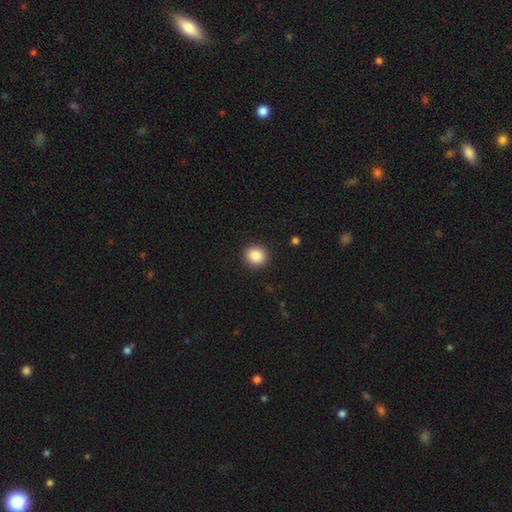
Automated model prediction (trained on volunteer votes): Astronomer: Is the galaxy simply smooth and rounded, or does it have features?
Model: smooth — 87%.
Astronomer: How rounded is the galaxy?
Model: round — 88%.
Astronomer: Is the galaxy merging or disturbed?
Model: none — 92%.